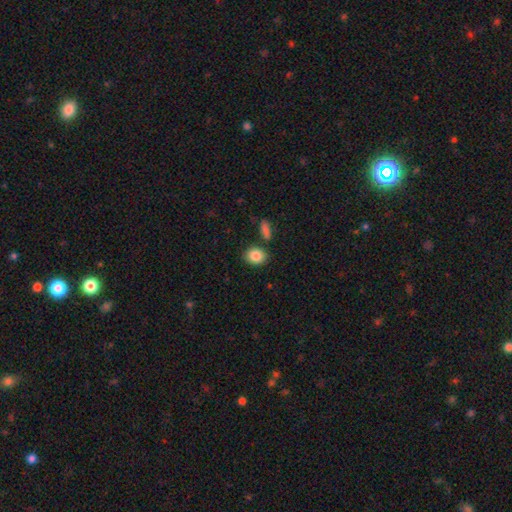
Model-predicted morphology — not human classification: smooth_or_featured: smooth (p=0.86) [alt: star or artifact p=0.08]
how_rounded: round (p=0.51) [alt: in between p=0.48]
merging: none (p=0.79) [alt: minor disturbance p=0.10]